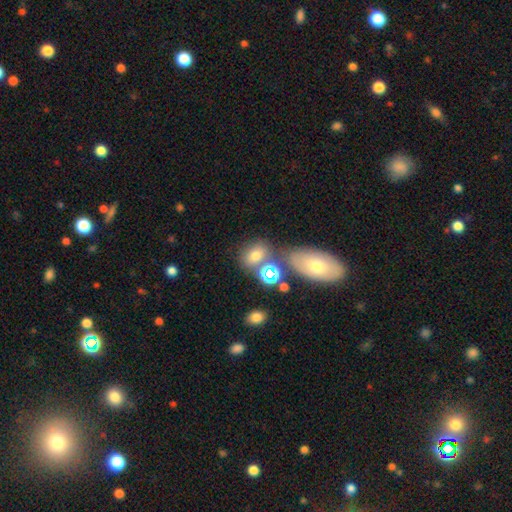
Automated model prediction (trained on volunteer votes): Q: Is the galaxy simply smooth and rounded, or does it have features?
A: smooth — 67%.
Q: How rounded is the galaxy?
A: in between — 67%.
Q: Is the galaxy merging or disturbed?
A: none — 52%.